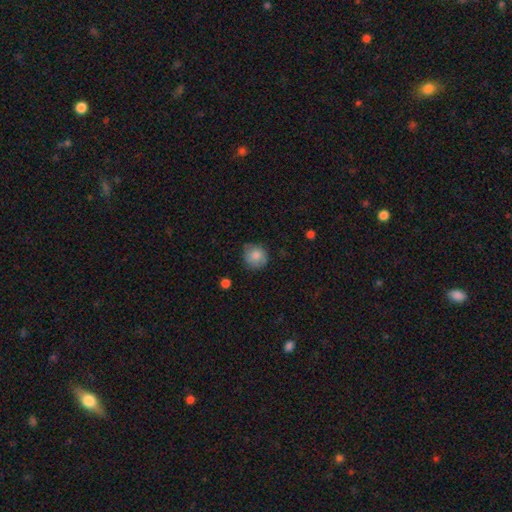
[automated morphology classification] This appears to be a smooth galaxy with no disk features (83%) that is round (90%). Merging: none (73%).